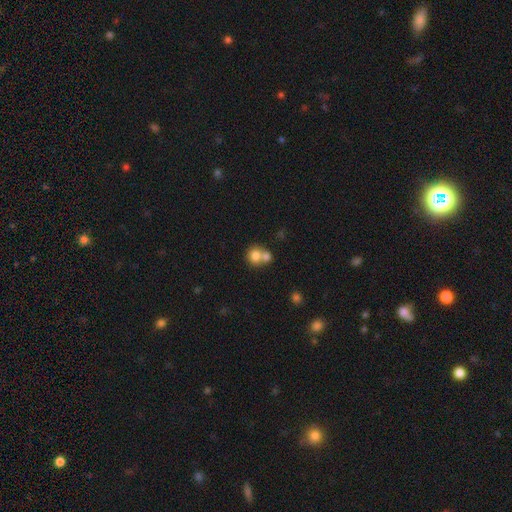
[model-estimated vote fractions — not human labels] Smooth or featured? smooth (77%)
How rounded? round (81%)
Merging? merger (55%)